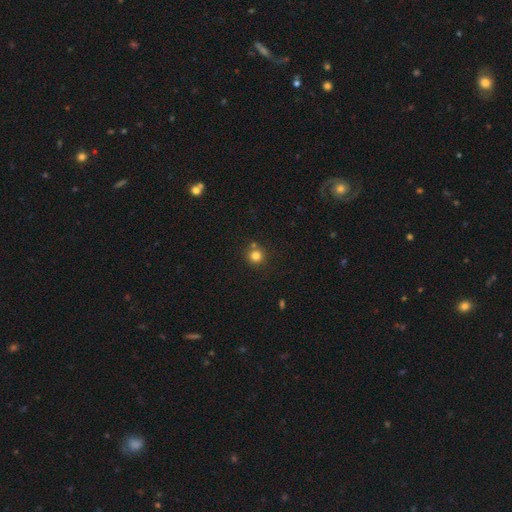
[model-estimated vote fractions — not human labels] Q: Smooth or featured?
A: smooth (81%); runner-up: star or artifact (13%)
Q: How rounded?
A: round (92%); runner-up: in between (7%)
Q: Merging?
A: none (74%); runner-up: merger (13%)